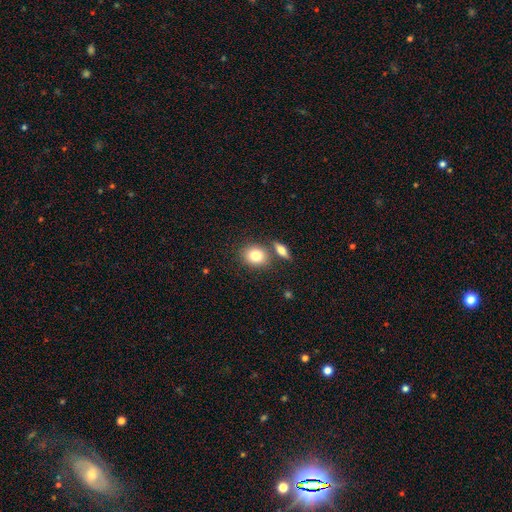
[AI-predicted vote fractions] This appears to be a smooth galaxy with no disk features (80%) that is round (60%). Merging: none (67%).